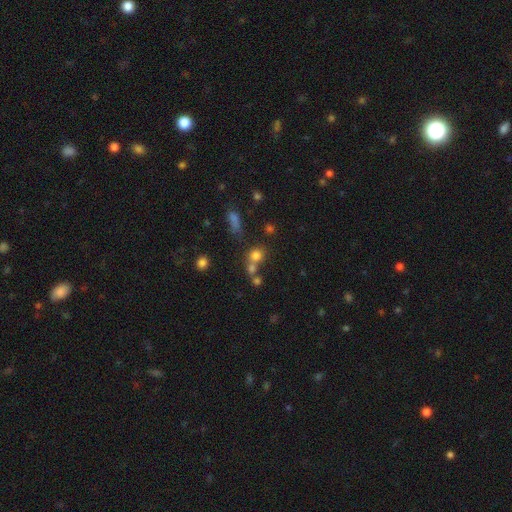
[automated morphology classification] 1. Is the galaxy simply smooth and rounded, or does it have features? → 73% smooth, 16% star or artifact, 10% featured or disk.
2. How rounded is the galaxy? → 81% round, 17% in between, 2% cigar-shaped.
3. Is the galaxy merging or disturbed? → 49% none, 37% merger, 9% minor disturbance, 5% major disturbance.